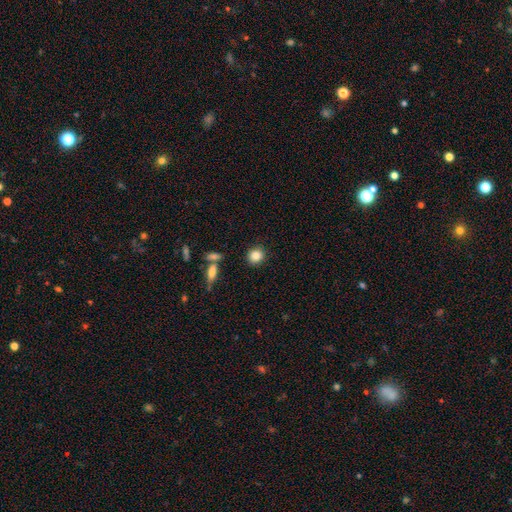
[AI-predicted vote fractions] Smooth or featured? smooth (85%)
How rounded? round (84%)
Merging? none (86%)